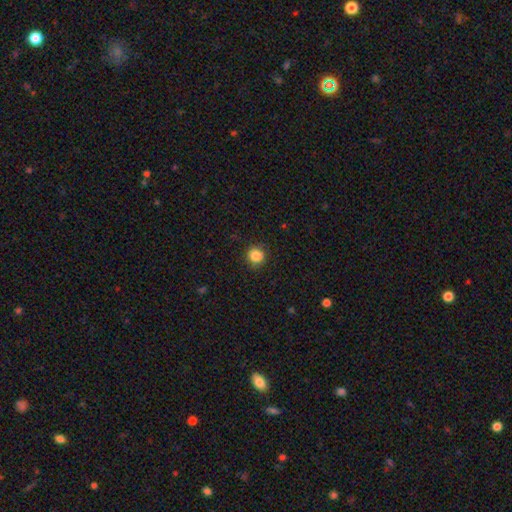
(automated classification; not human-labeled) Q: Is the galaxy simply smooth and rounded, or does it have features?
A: smooth — 86%.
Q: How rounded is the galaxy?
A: round — 88%.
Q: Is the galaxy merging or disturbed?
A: none — 86%.